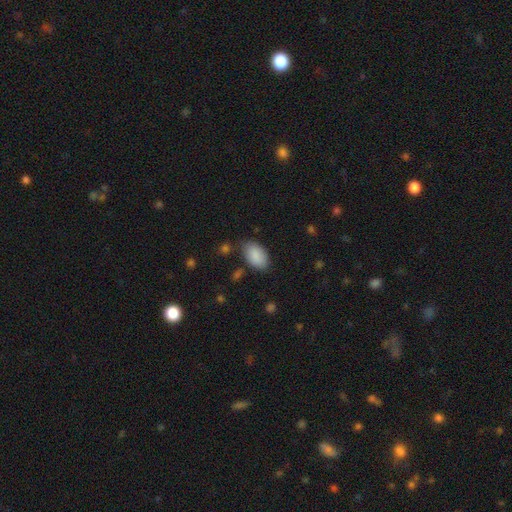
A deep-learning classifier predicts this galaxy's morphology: Q: Smooth or featured?
A: smooth (89%); runner-up: star or artifact (6%)
Q: How rounded?
A: in between (94%); runner-up: round (5%)
Q: Merging?
A: none (76%); runner-up: minor disturbance (17%)